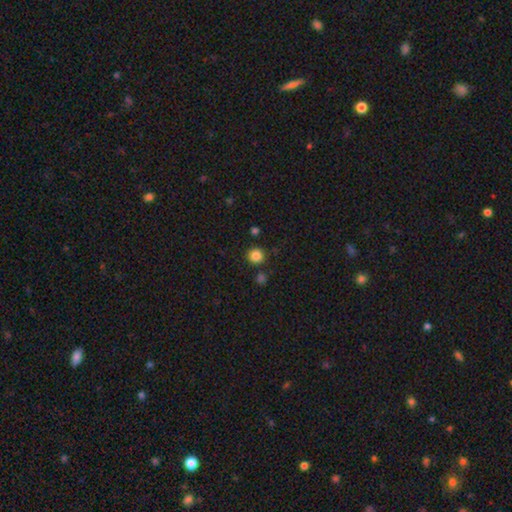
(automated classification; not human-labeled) smooth-or-featured: smooth: 85% | star or artifact: 11% | featured or disk: 4%
  how-rounded: round: 94% | in between: 5% | cigar-shaped: 1%
  merging: none: 88% | minor disturbance: 6% | merger: 4% | major disturbance: 2%